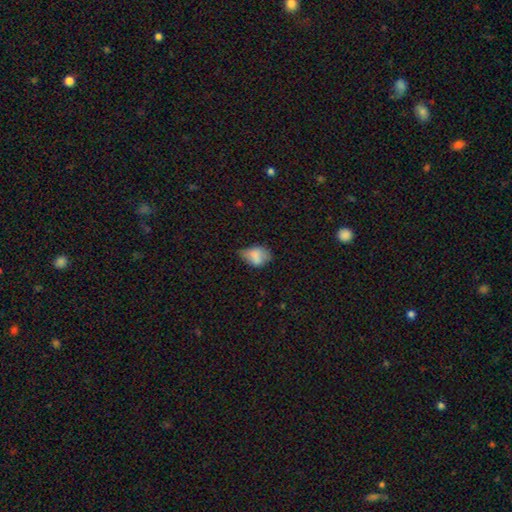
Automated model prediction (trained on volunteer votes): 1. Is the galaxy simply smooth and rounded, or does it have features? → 77% smooth, 14% featured or disk, 10% star or artifact.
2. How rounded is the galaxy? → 76% in between, 23% round, 2% cigar-shaped.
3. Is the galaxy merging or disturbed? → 43% minor disturbance, 38% none, 15% major disturbance, 3% merger.